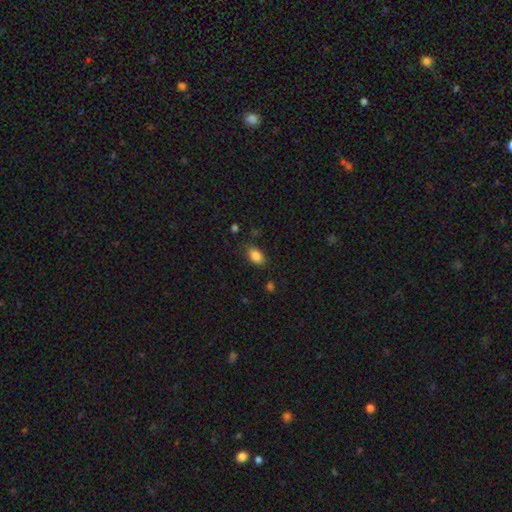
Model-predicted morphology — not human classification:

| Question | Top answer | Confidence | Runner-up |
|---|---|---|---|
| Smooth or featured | smooth | 86% | star or artifact (9%) |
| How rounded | in between | 86% | round (13%) |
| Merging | none | 81% | minor disturbance (14%) |